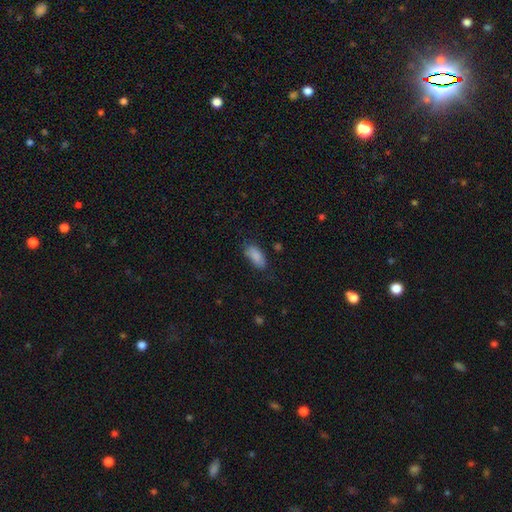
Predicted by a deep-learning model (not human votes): Smooth or featured?
  - smooth: 87% *
  - star or artifact: 7%
  - featured or disk: 6%
How rounded?
  - in between: 87% *
  - cigar-shaped: 11%
  - round: 2%
Merging?
  - none: 72% *
  - minor disturbance: 21%
  - major disturbance: 6%
  - merger: 2%